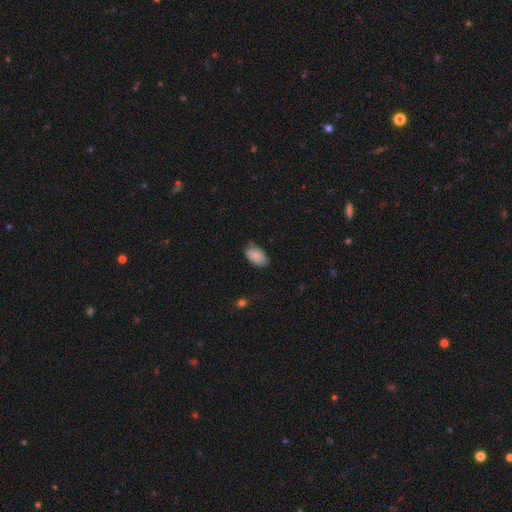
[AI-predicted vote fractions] Q: Smooth or featured?
A: smooth (86%); runner-up: featured or disk (7%)
Q: How rounded?
A: in between (94%); runner-up: round (4%)
Q: Merging?
A: none (70%); runner-up: minor disturbance (24%)